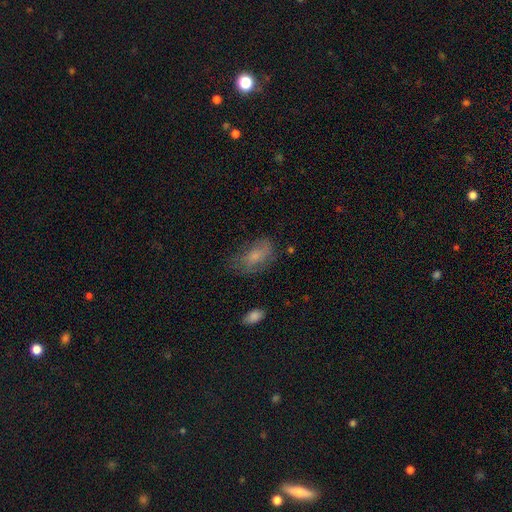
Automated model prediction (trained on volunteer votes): smooth 66%, featured or disk 24%, star or artifact 10%. Down the decision tree: how rounded — in between (88%); merging — none (55%).